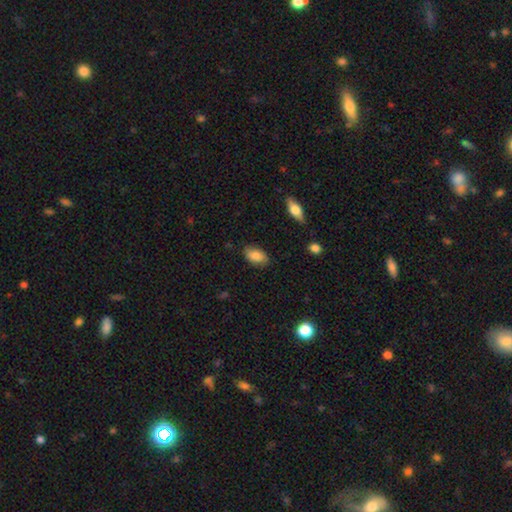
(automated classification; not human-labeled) Smooth or featured: smooth — 84% (featured or disk — 9%)
How rounded: in between — 92% (round — 5%)
Merging: none — 83% (minor disturbance — 13%)